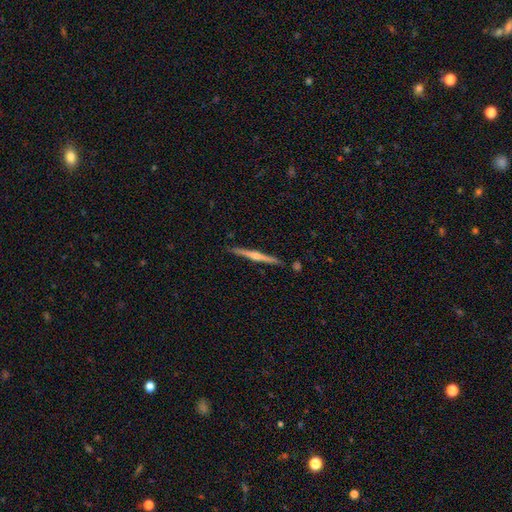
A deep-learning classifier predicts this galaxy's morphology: type=featured or disk (79%); edge-on=yes (99%); edge-on bulge=rounded (88%); merging=none (91%).